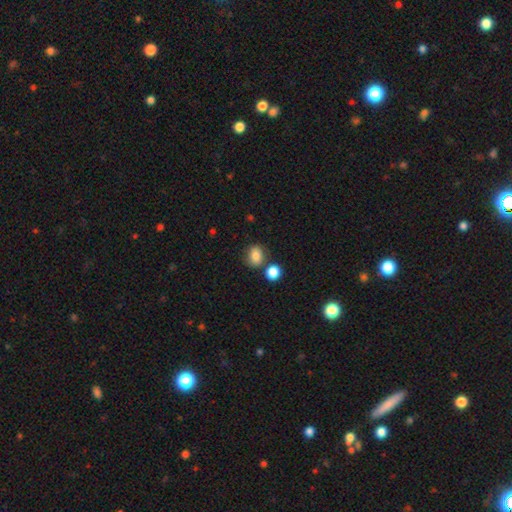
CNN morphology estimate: Overall: smooth (82%). How rounded: round (52%; in between 47%). Merging: none (69%).